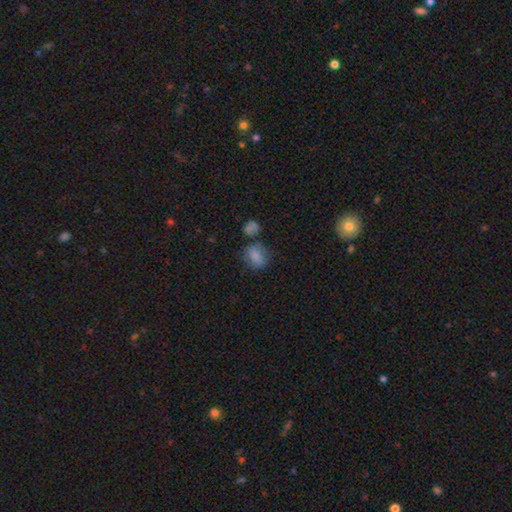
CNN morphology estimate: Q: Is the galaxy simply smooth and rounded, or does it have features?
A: smooth — 78%.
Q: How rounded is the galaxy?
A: in between — 55%.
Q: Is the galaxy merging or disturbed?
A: none — 54%.